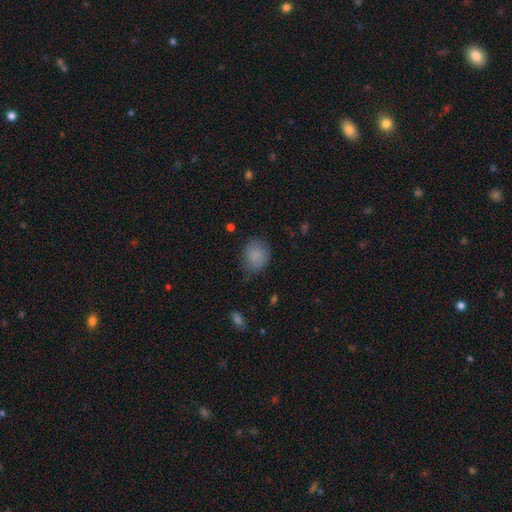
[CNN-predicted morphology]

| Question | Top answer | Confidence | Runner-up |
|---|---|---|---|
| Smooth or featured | smooth | 84% | star or artifact (9%) |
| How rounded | round | 55% | in between (44%) |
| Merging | none | 67% | minor disturbance (25%) |